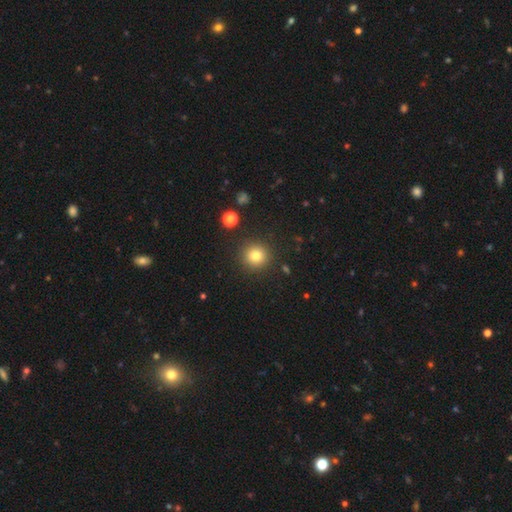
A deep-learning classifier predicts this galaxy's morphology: smooth 80%, star or artifact 13%, featured or disk 7%. Down the decision tree: how rounded — round (94%); merging — none (90%).